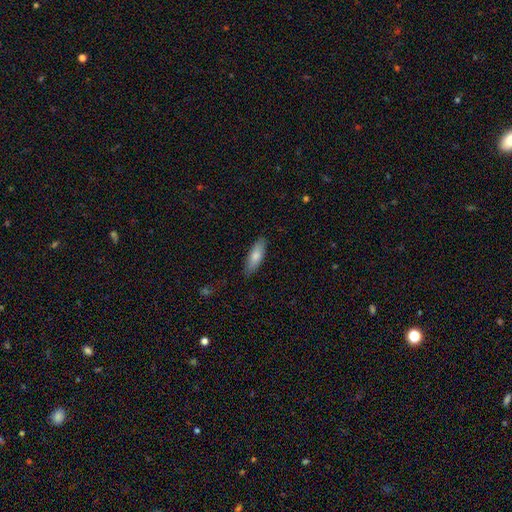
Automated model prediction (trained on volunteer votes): smooth_or_featured: smooth (p=0.78) [alt: featured or disk p=0.16]
how_rounded: in between (p=0.58) [alt: cigar-shaped p=0.40]
merging: none (p=0.85) [alt: minor disturbance p=0.11]